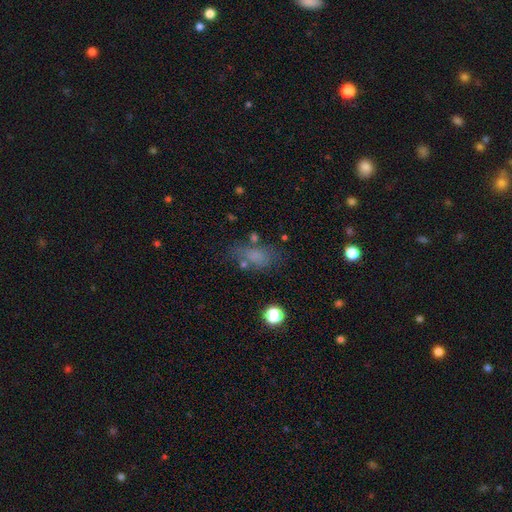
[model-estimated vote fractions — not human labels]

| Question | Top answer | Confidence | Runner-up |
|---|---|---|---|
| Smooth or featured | smooth | 68% | star or artifact (17%) |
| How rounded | in between | 82% | round (11%) |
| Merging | none | 62% | minor disturbance (20%) |